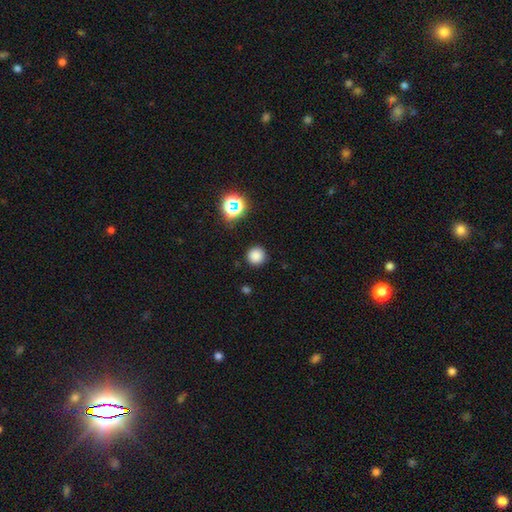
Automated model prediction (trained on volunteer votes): Smooth or featured?
  - smooth: 82% *
  - star or artifact: 15%
  - featured or disk: 4%
How rounded?
  - round: 95% *
  - in between: 4%
  - cigar-shaped: 1%
Merging?
  - none: 90% *
  - minor disturbance: 6%
  - major disturbance: 2%
  - merger: 1%